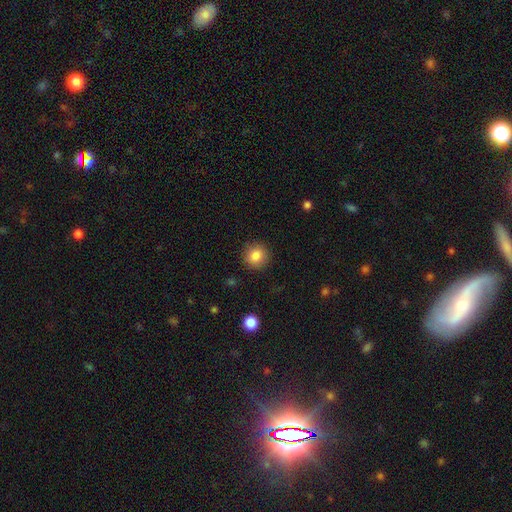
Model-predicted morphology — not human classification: This appears to be a smooth galaxy with no disk features (85%) that is round (91%). Merging: none (88%).